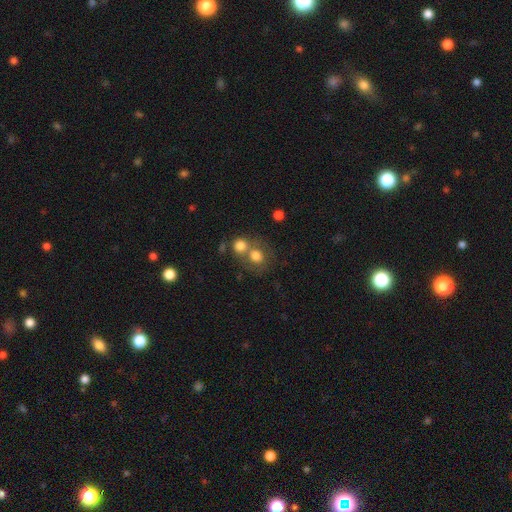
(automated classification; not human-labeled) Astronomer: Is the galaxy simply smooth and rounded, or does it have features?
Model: smooth — 75%.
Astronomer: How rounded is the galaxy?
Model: round — 76%.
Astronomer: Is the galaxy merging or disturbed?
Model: merger — 47% (runner-up: none, 40%).